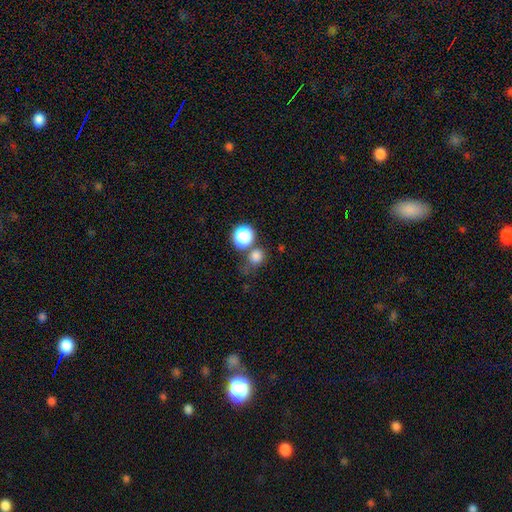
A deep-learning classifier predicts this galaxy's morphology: Smooth or featured?
  - smooth: 80% *
  - star or artifact: 14%
  - featured or disk: 6%
How rounded?
  - round: 83% *
  - in between: 16%
  - cigar-shaped: 1%
Merging?
  - none: 55% *
  - merger: 29%
  - minor disturbance: 10%
  - major disturbance: 5%